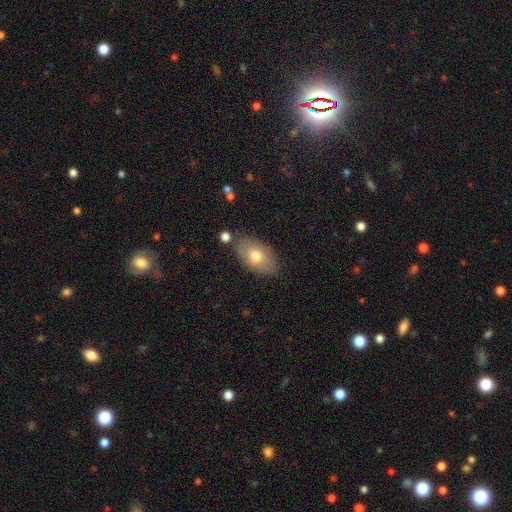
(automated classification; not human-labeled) Overall: smooth (71%). How rounded: in between (92%). Merging: none (82%).